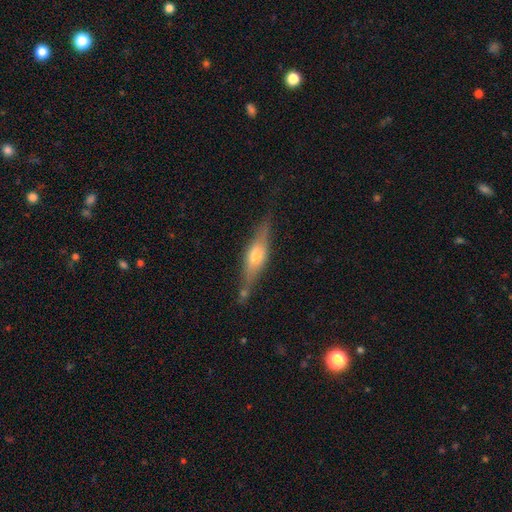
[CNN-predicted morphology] smooth-or-featured: featured or disk: 61% | smooth: 33% | star or artifact: 7%
  disk-edge-on: yes: 91% | no: 9%
    edge-on-bulge: rounded: 87% | boxy: 8% | none: 4%
  merging: none: 76% | minor disturbance: 16% | major disturbance: 4% | merger: 4%